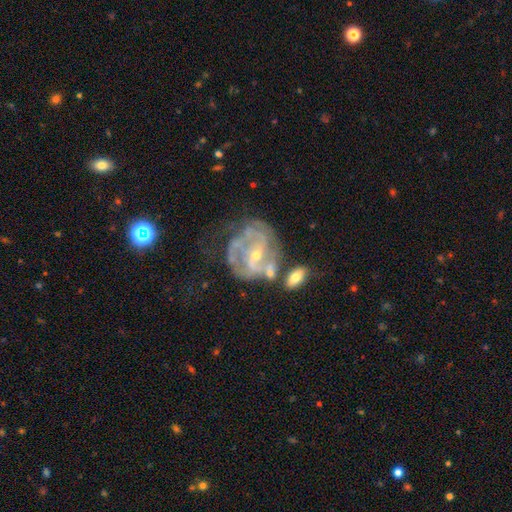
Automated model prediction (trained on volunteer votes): A featured or disk galaxy (83%) with no bar (44%), tight (48%) spiral arms (84%) and a small central bulge (70%). Merging: none (37%).